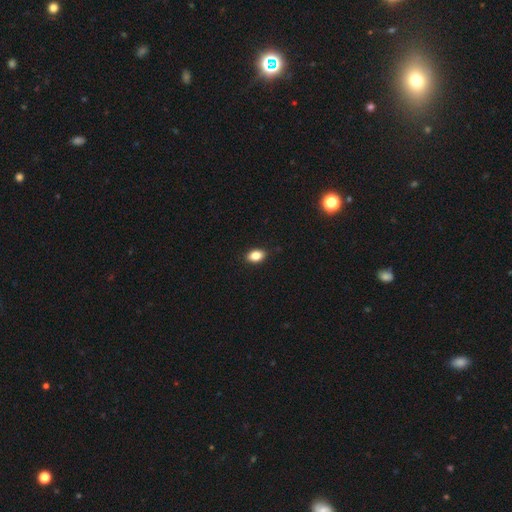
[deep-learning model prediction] This is clearly a smooth galaxy (85%). How rounded: clearly in between (84%). Merging: clearly none (89%).